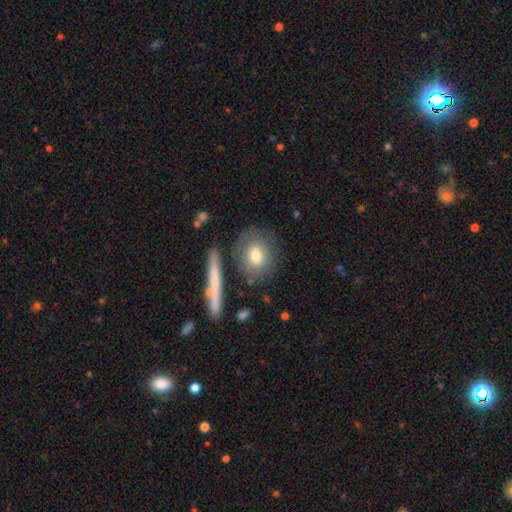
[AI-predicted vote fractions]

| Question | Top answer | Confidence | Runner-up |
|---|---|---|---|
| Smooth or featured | smooth | 71% | featured or disk (22%) |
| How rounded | round | 62% | in between (33%) |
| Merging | none | 73% | minor disturbance (14%) |